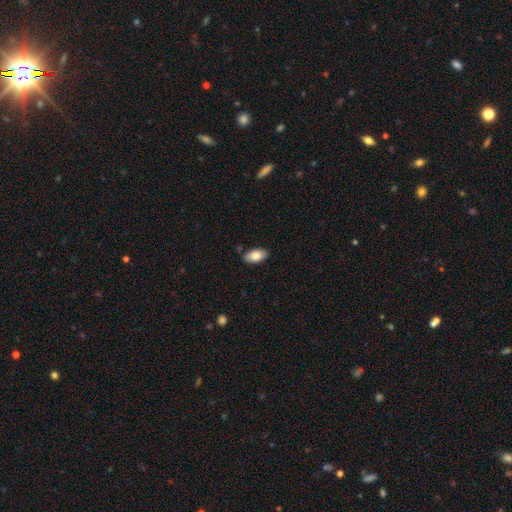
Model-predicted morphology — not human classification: Smooth or featured? smooth (83%)
How rounded? in between (94%)
Merging? none (85%)